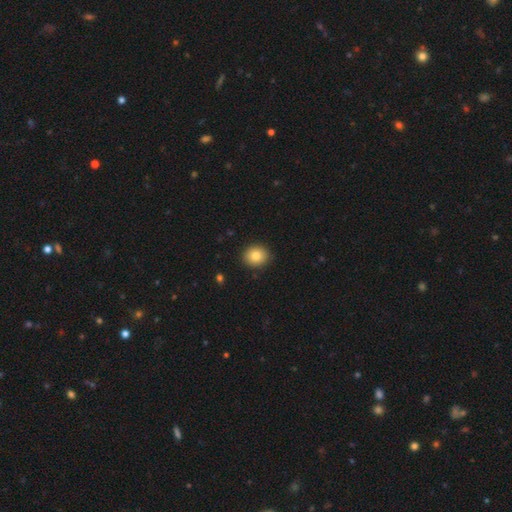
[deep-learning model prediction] The model was most divided on "how rounded": round: 75%, in between: 24%, cigar-shaped: 1%. More confident: merging — none (90%); smooth or featured — smooth (82%).